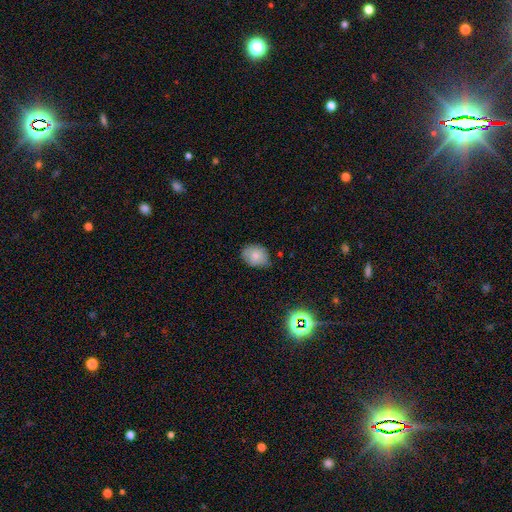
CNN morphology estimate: type=smooth (77%); roundness=in between (58%); merging=none (66%).